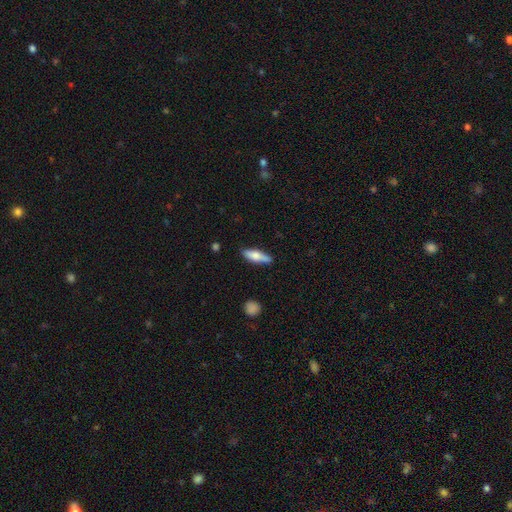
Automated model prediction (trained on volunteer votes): Morphology: type=smooth (66%); roundness=cigar-shaped (53%); merging=none (80%).